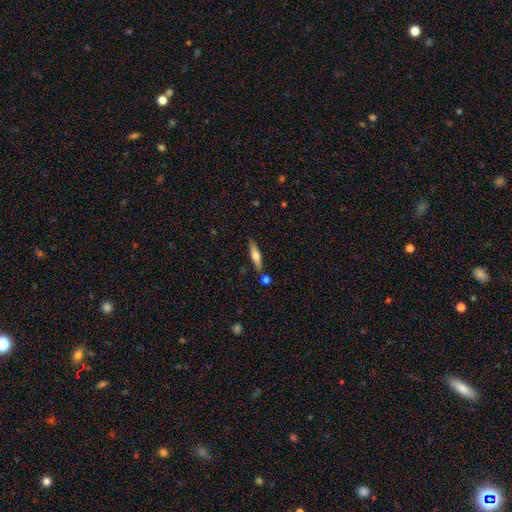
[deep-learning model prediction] A smooth galaxy with no disk features (48%). Merging: none (81%).